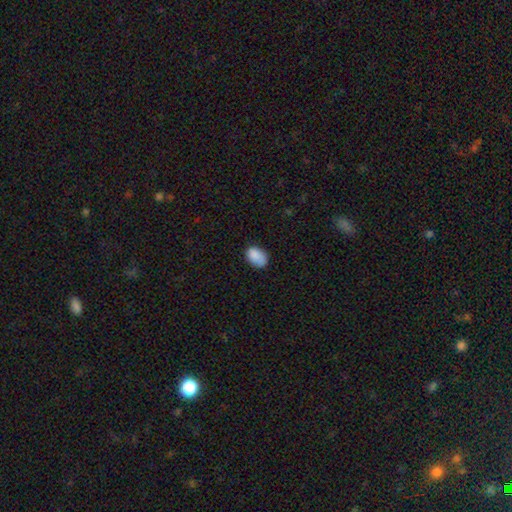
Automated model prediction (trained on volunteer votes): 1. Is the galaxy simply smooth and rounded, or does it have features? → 88% smooth, 8% star or artifact, 5% featured or disk.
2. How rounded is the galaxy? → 86% in between, 13% round, 1% cigar-shaped.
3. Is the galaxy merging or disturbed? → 73% none, 21% minor disturbance, 4% major disturbance, 2% merger.